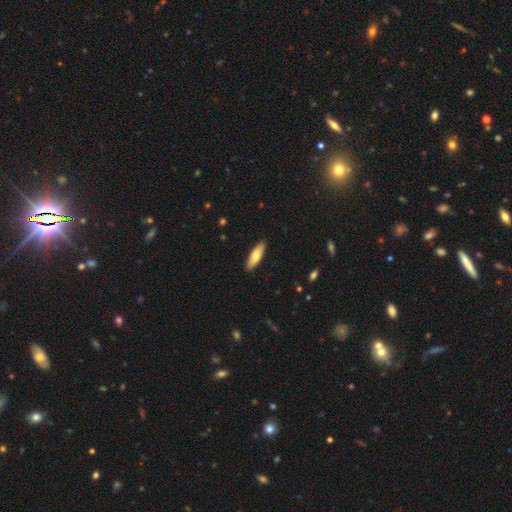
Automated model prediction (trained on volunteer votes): This is likely a smooth galaxy (70%). How rounded: possibly cigar-shaped (54%). Merging: clearly none (90%).